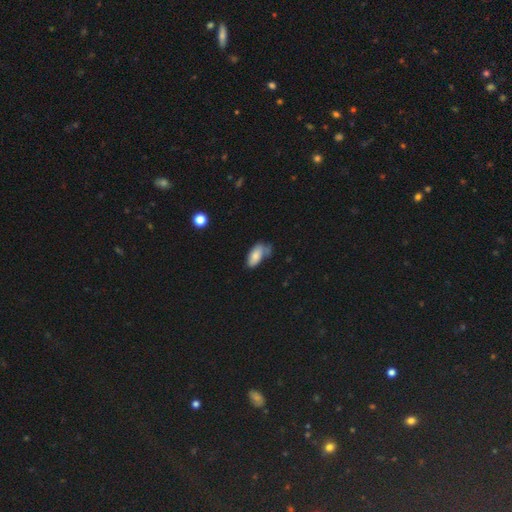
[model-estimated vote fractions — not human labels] A smooth galaxy with no disk features (78%) that is in between round and cigar-shaped (91%). Merging: none (42%).